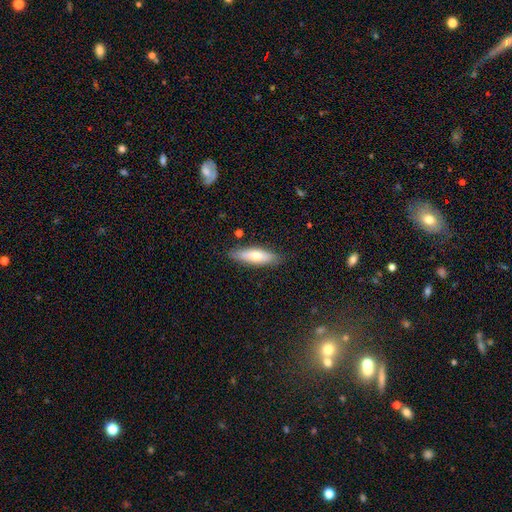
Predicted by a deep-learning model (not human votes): The model was most divided on "how rounded": cigar-shaped: 52%, in between: 46%, round: 2%. More confident: merging — none (84%); smooth or featured — smooth (66%).